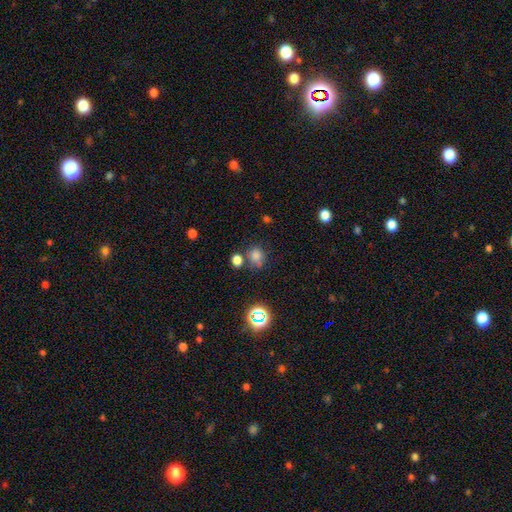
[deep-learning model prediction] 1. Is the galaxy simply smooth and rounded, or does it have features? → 75% smooth, 19% star or artifact, 6% featured or disk.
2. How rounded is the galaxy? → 72% round, 27% in between, 1% cigar-shaped.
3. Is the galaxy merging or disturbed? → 62% none, 16% minor disturbance, 15% merger, 7% major disturbance.